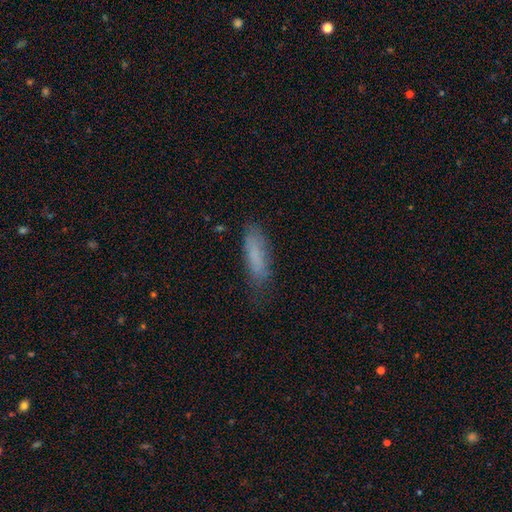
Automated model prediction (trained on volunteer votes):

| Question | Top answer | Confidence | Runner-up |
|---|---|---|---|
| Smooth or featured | smooth | 76% | featured or disk (16%) |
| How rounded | cigar-shaped | 60% | in between (39%) |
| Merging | none | 70% | minor disturbance (22%) |